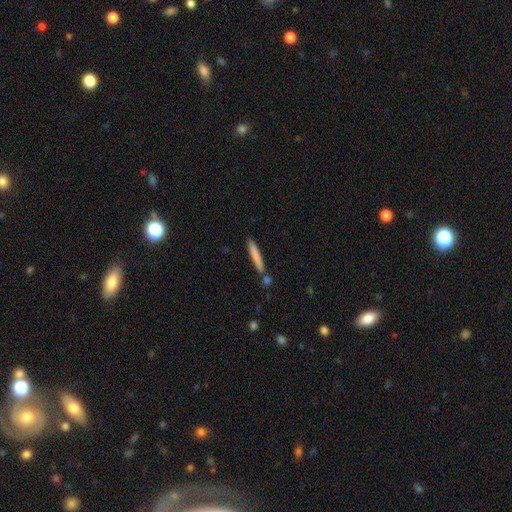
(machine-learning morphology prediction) Smooth or featured? smooth (77%)
How rounded? cigar-shaped (95%)
Merging? none (79%)